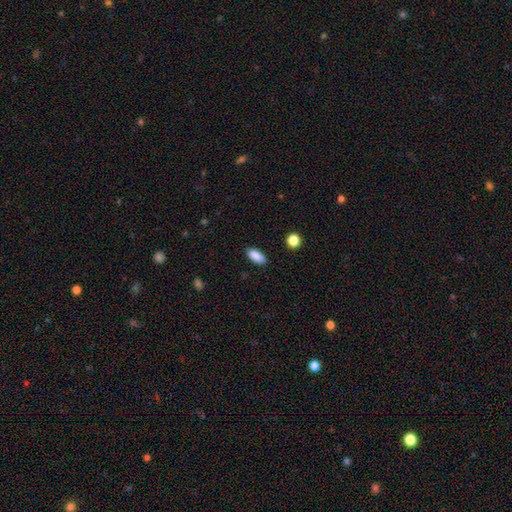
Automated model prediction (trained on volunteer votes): Smooth or featured: smooth — 89% (star or artifact — 8%)
How rounded: in between — 87% (cigar-shaped — 10%)
Merging: none — 88% (minor disturbance — 9%)